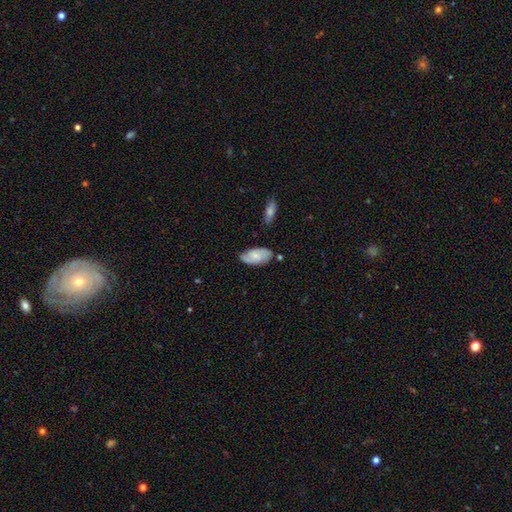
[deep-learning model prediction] Q: Smooth or featured?
A: smooth (48%); runner-up: featured or disk (45%)
Q: Merging?
A: none (71%); runner-up: minor disturbance (21%)